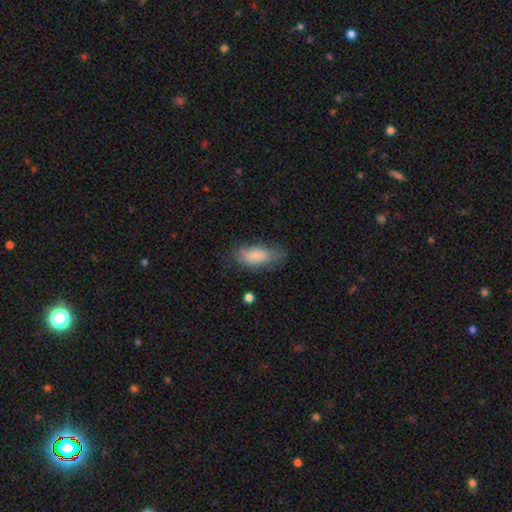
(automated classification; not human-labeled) smooth-or-featured: smooth: 81% | featured or disk: 12% | star or artifact: 7%
  how-rounded: in between: 84% | cigar-shaped: 14% | round: 3%
  merging: none: 56% | minor disturbance: 30% | major disturbance: 13% | merger: 2%